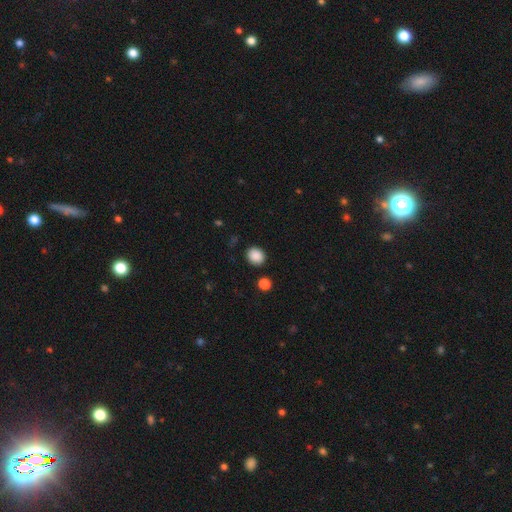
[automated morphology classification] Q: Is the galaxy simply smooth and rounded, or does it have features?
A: smooth — 88%.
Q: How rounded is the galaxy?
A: round — 73%.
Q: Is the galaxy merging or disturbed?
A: none — 88%.